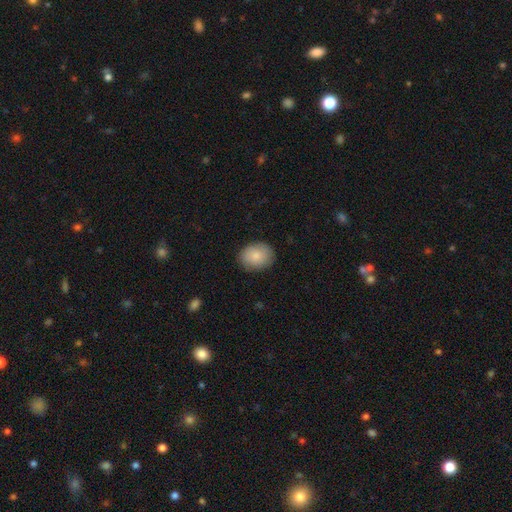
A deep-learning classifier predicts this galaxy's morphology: A smooth galaxy with no disk features (84%) that is in between round and cigar-shaped (52%).

Vote fractions:
- Smooth or featured? smooth: 84% / featured or disk: 9% / star or artifact: 7%
- How rounded? in between: 52% / round: 47% / cigar-shaped: 1%
- Merging? none: 84% / minor disturbance: 12% / major disturbance: 3% / merger: 1%